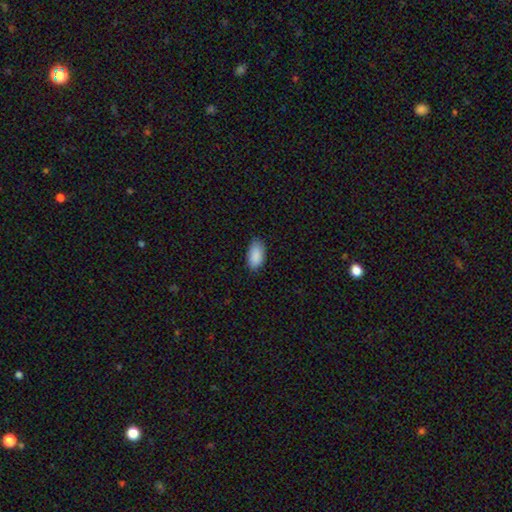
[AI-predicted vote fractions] smooth_or_featured: smooth (p=0.90) [alt: star or artifact p=0.07]
how_rounded: in between (p=0.94) [alt: round p=0.03]
merging: none (p=0.79) [alt: minor disturbance p=0.18]